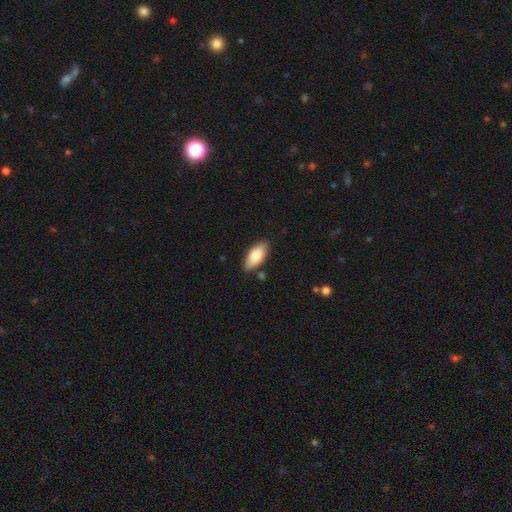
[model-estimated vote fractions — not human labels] This appears to be a smooth galaxy with no disk features (80%) that is in between round and cigar-shaped (89%). Merging: none (84%).